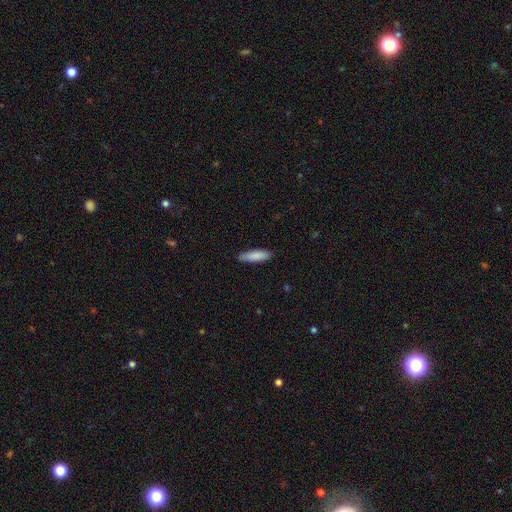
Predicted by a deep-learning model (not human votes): Smooth or featured: smooth — 86% (featured or disk — 8%)
How rounded: cigar-shaped — 61% (in between — 38%)
Merging: none — 85% (minor disturbance — 12%)